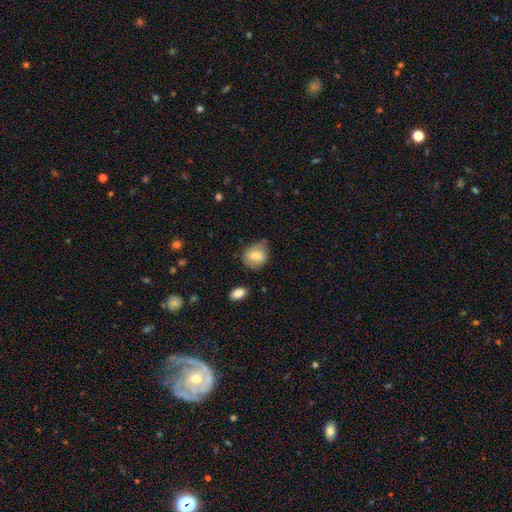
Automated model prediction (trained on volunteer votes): Smooth or featured? smooth (75%)
How rounded? round (58%)
Merging? none (59%)